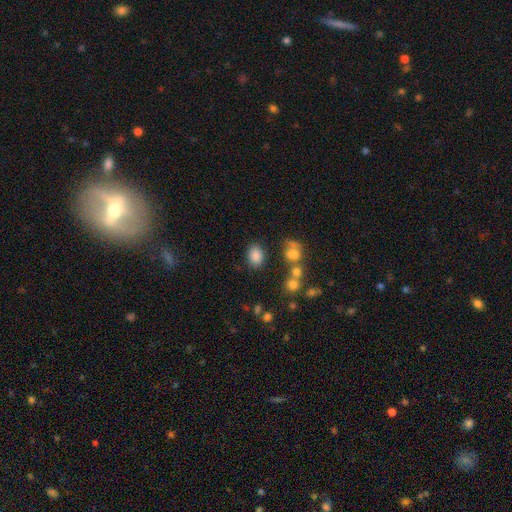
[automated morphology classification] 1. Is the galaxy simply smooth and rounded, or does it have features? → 83% smooth, 11% star or artifact, 6% featured or disk.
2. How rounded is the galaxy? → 69% in between, 30% round, 1% cigar-shaped.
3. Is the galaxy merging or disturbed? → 76% none, 13% minor disturbance, 6% merger, 5% major disturbance.